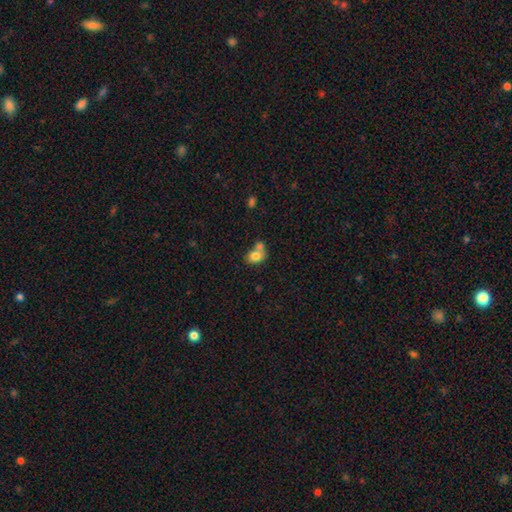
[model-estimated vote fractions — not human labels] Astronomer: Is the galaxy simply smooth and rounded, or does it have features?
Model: smooth — 78%.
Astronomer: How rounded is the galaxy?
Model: in between — 61% (runner-up: round, 38%).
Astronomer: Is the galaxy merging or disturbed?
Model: merger — 50% (runner-up: none, 35%).